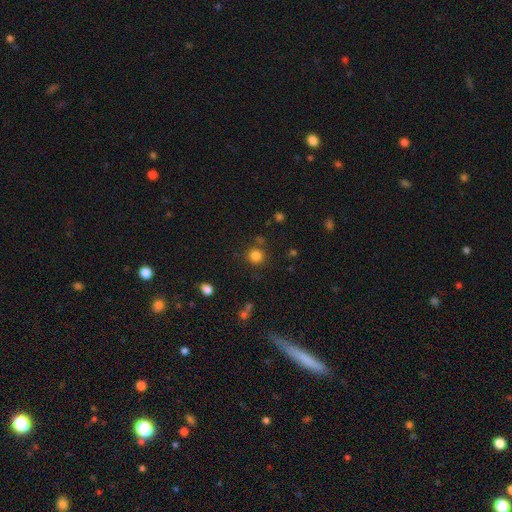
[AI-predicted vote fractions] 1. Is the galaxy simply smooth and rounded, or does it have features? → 82% smooth, 13% star or artifact, 5% featured or disk.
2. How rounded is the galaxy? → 92% round, 7% in between, 1% cigar-shaped.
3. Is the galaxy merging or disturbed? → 82% none, 8% minor disturbance, 6% merger, 4% major disturbance.